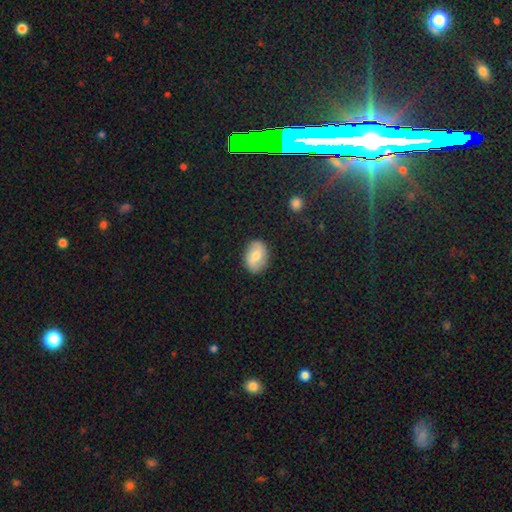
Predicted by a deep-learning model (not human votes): Smooth or featured: smooth — 62% (featured or disk — 31%)
How rounded: in between — 72% (round — 27%)
Merging: none — 86% (minor disturbance — 10%)